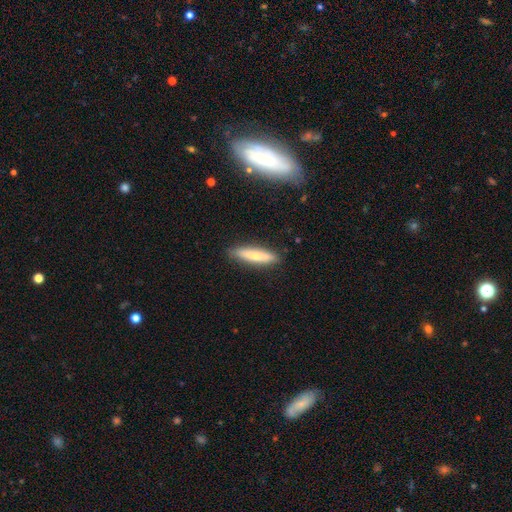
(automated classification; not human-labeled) smooth_or_featured: smooth (p=0.69) [alt: featured or disk p=0.25]
how_rounded: cigar-shaped (p=0.83) [alt: in between p=0.16]
merging: none (p=0.88) [alt: minor disturbance p=0.09]